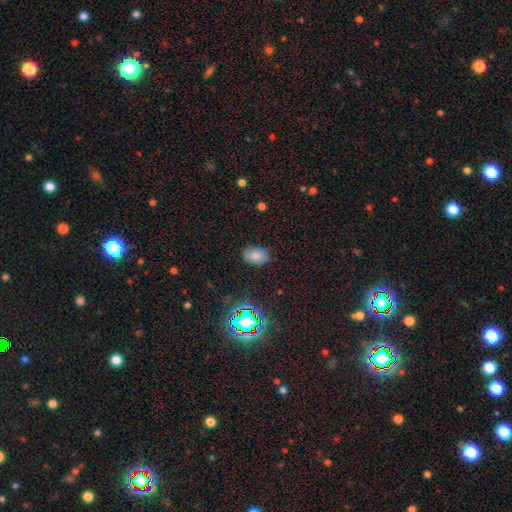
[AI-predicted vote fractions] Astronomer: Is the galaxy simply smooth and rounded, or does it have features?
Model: smooth — 77%.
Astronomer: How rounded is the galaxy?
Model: in between — 85%.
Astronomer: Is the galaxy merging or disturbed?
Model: none — 82%.